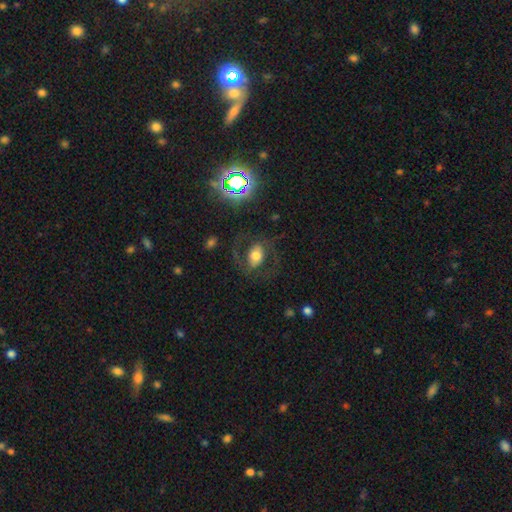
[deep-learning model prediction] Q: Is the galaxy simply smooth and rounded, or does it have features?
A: featured or disk — 55%.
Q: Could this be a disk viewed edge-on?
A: no — 95%.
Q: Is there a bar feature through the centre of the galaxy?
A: no — 41%.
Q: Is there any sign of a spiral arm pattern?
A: yes — 72%.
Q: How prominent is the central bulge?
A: moderate — 53%.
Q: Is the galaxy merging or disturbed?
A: none — 67%.